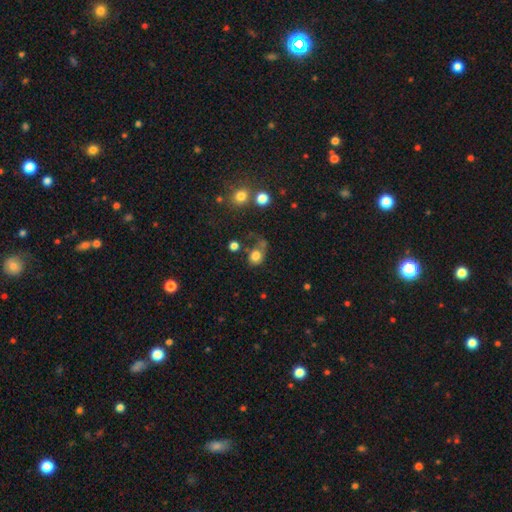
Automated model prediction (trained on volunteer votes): Morphology: type=smooth (78%); roundness=round (70%); merging=none (45%).